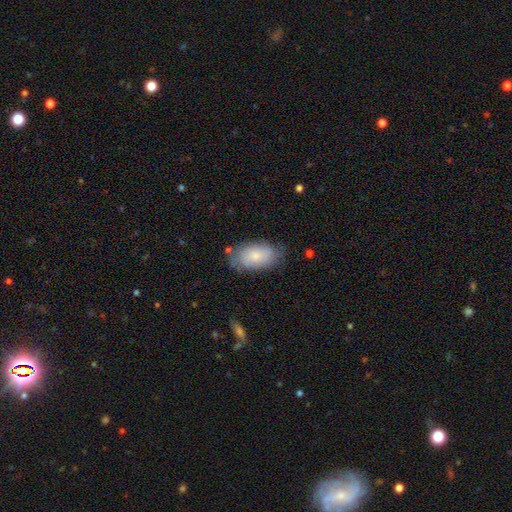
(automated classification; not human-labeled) smooth_or_featured: smooth (p=0.71) [alt: featured or disk p=0.23]
how_rounded: in between (p=0.93) [alt: round p=0.05]
merging: none (p=0.69) [alt: minor disturbance p=0.23]